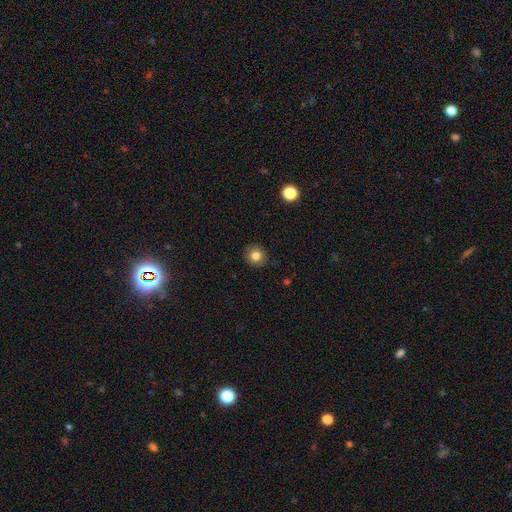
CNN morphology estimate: Smooth or featured? smooth (82%)
How rounded? round (90%)
Merging? none (90%)